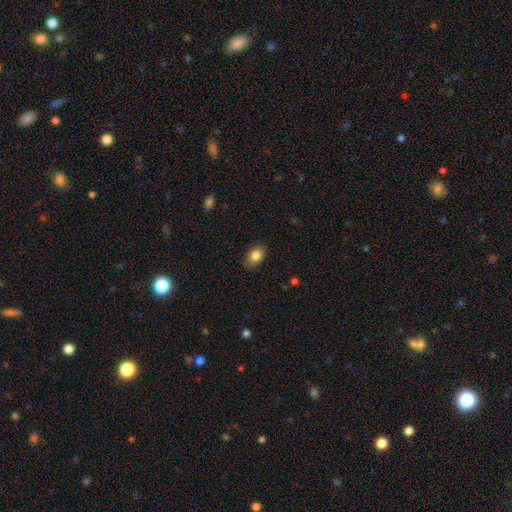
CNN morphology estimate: Smooth or featured?
  - smooth: 84% *
  - star or artifact: 8%
  - featured or disk: 8%
How rounded?
  - in between: 80% *
  - round: 18%
  - cigar-shaped: 1%
Merging?
  - none: 84% *
  - minor disturbance: 12%
  - major disturbance: 3%
  - merger: 1%